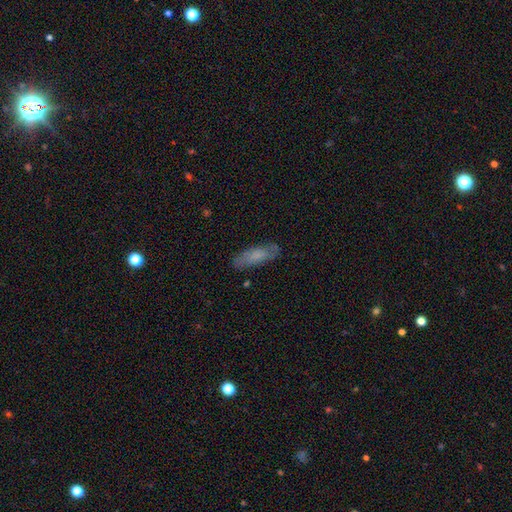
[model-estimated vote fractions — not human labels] Morphology: type=smooth (67%); roundness=in between (54%); merging=none (75%).